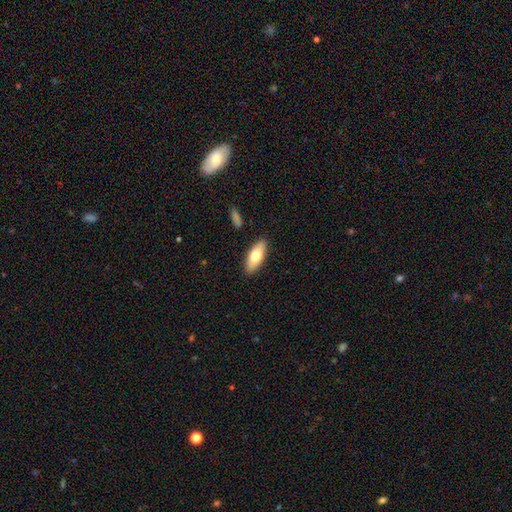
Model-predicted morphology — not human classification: Smooth or featured: smooth — 72% (featured or disk — 22%)
How rounded: in between — 79% (cigar-shaped — 19%)
Merging: none — 88% (minor disturbance — 9%)